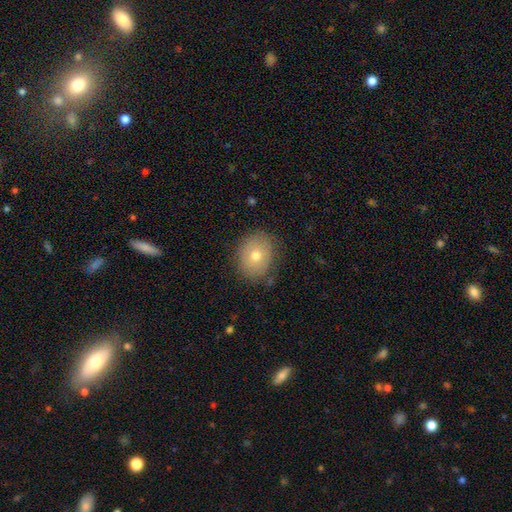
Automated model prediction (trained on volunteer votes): This is likely a smooth galaxy (70%). How rounded: possibly round (58%). Merging: clearly none (82%).